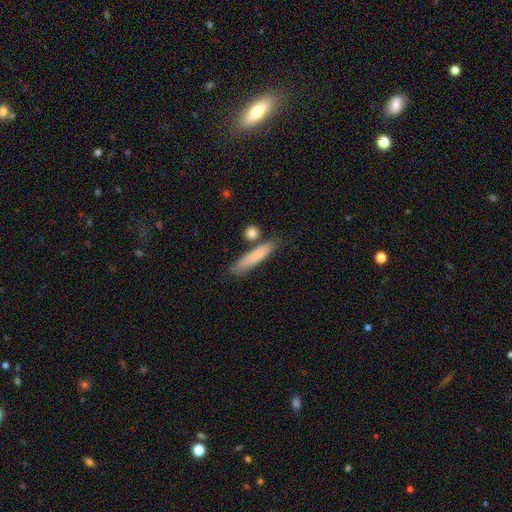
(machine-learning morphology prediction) Overall: smooth (79%). How rounded: cigar-shaped (84%). Merging: none (73%).